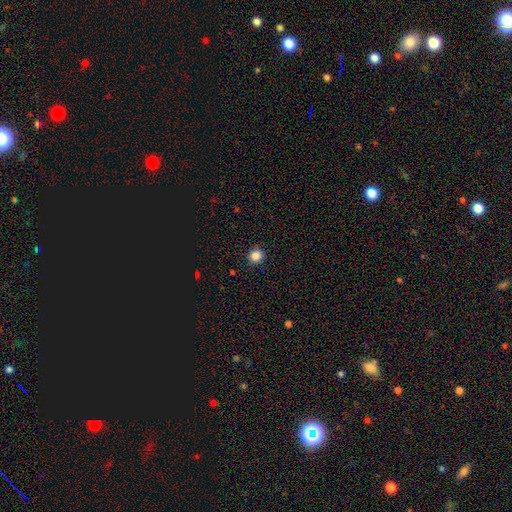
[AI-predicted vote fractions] This appears to be a smooth galaxy with no disk features (86%) that is round (90%). Merging: none (90%).